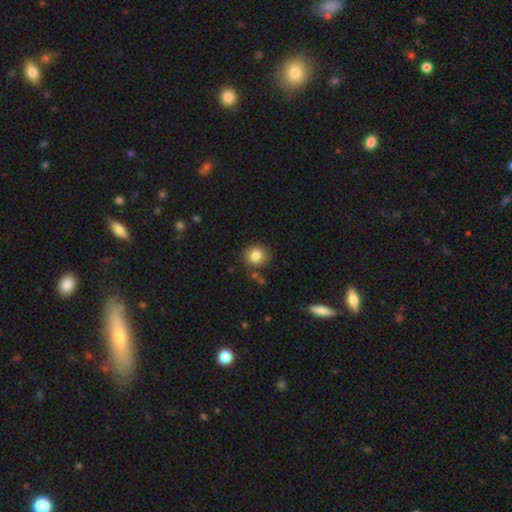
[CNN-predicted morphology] type=smooth (84%); roundness=round (81%); merging=none (78%).